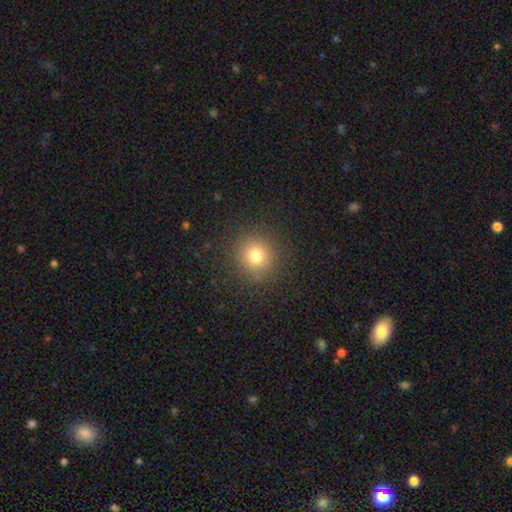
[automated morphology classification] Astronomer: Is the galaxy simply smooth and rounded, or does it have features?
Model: smooth — 75%.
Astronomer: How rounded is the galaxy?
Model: round — 94%.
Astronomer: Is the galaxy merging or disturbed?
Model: none — 89%.